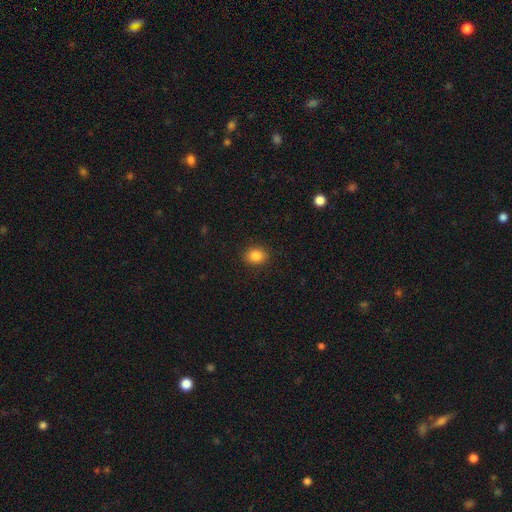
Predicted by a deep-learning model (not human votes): This appears to be a smooth galaxy with no disk features (85%) that is round (55%). Merging: none (90%).